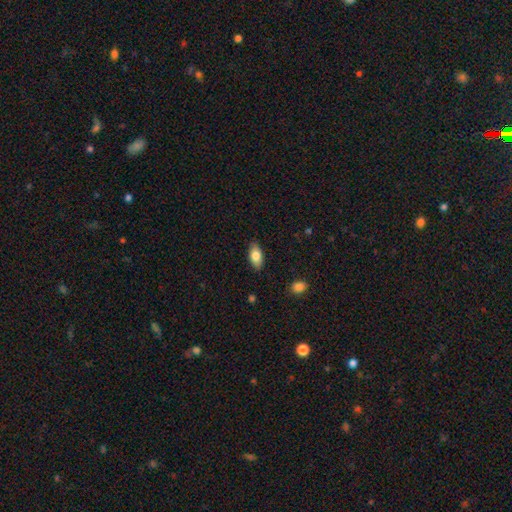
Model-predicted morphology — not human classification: Smooth or featured?
  - smooth: 80% *
  - featured or disk: 13%
  - star or artifact: 7%
How rounded?
  - in between: 90% *
  - cigar-shaped: 6%
  - round: 4%
Merging?
  - none: 86% *
  - minor disturbance: 11%
  - major disturbance: 2%
  - merger: 1%